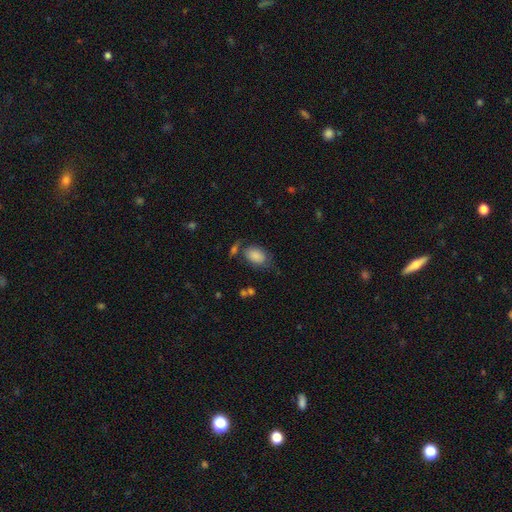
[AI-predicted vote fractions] A smooth galaxy with no disk features (86%) that is in between round and cigar-shaped (85%).

Vote fractions:
- Smooth or featured? smooth: 86% / star or artifact: 8% / featured or disk: 6%
- How rounded? in between: 85% / round: 14% / cigar-shaped: 1%
- Merging? none: 62% / minor disturbance: 21% / major disturbance: 8% / merger: 8%